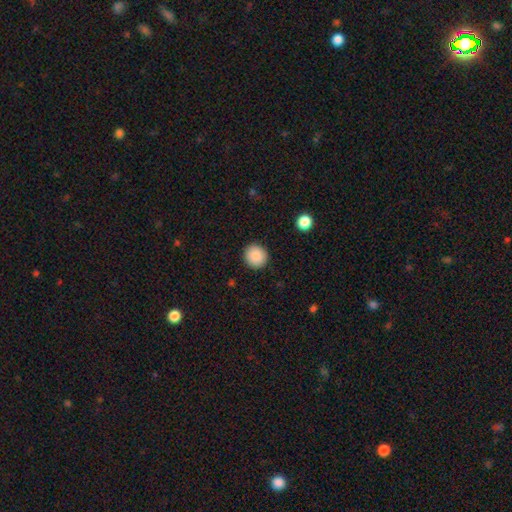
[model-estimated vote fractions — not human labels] Smooth or featured: smooth — 89% (star or artifact — 8%)
How rounded: round — 93% (in between — 7%)
Merging: none — 92% (minor disturbance — 5%)